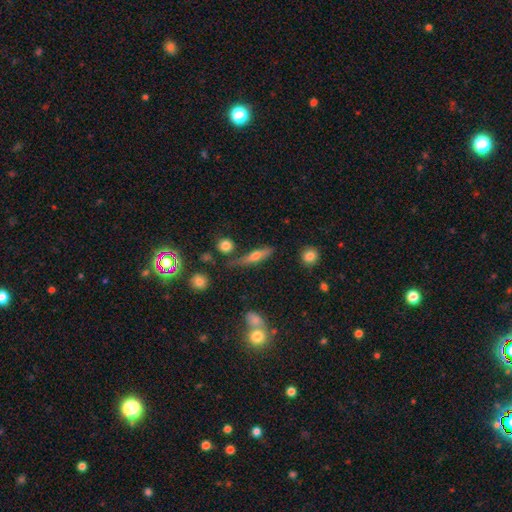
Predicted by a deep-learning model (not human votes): smooth_or_featured: smooth (p=0.49) [alt: featured or disk p=0.42]
merging: none (p=0.67) [alt: minor disturbance p=0.19]